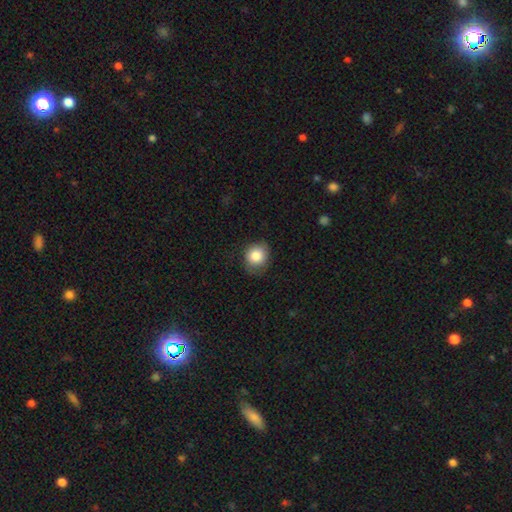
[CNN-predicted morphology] Smooth or featured? Predicted: smooth (p=0.84). How rounded? Predicted: round (p=0.75). Merging? Predicted: none (p=0.72).